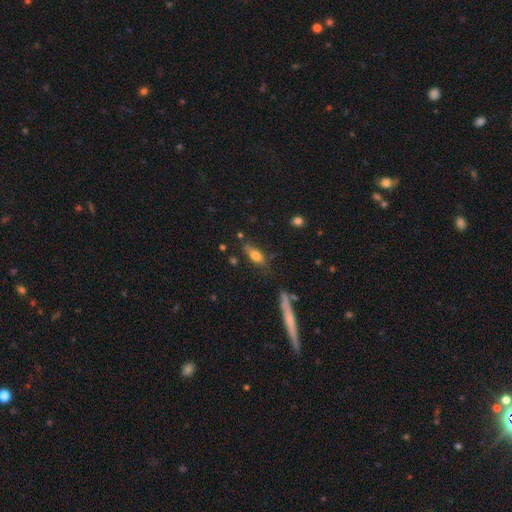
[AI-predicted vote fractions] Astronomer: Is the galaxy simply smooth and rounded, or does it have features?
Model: smooth — 65%.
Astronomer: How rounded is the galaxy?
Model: in between — 59% (runner-up: cigar-shaped, 37%).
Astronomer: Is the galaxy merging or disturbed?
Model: none — 70%.